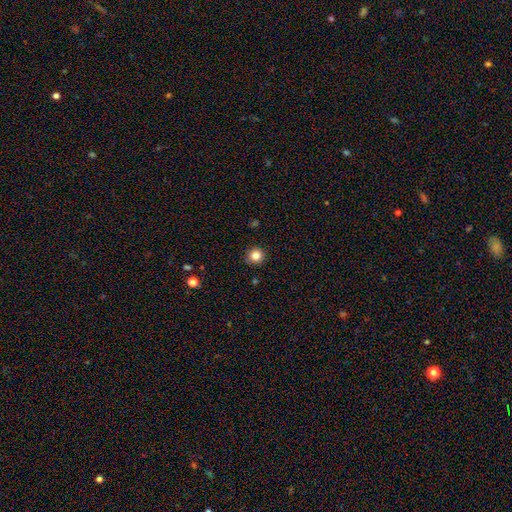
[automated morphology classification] Smooth or featured? smooth (83%)
How rounded? round (93%)
Merging? none (91%)